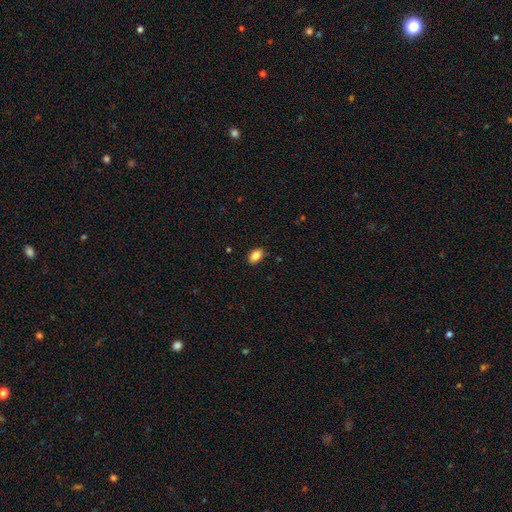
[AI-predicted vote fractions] The model was most divided on "smooth or featured": smooth: 85%, star or artifact: 8%, featured or disk: 7%. More confident: how rounded — in between (88%); merging — none (87%).